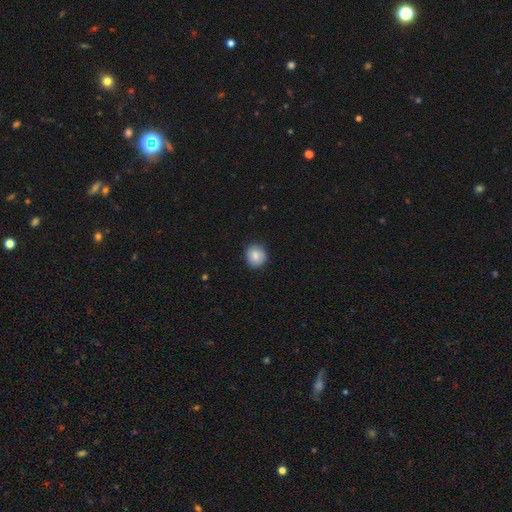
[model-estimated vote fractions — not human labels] Smooth or featured? smooth (80%)
How rounded? round (87%)
Merging? none (84%)